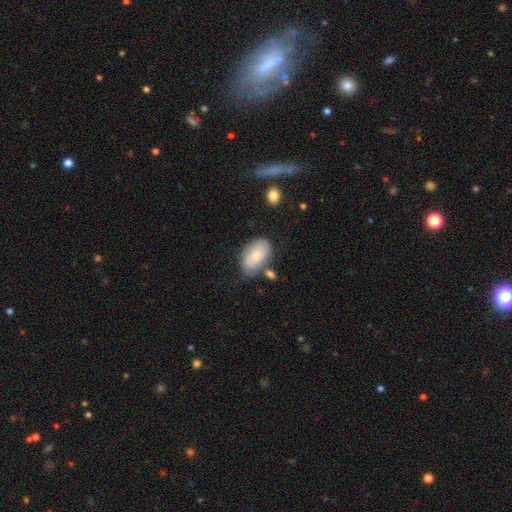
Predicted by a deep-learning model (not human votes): Smooth or featured? Predicted: smooth (p=0.71). How rounded? Predicted: in between (p=0.93). Merging? Predicted: none (p=0.62).